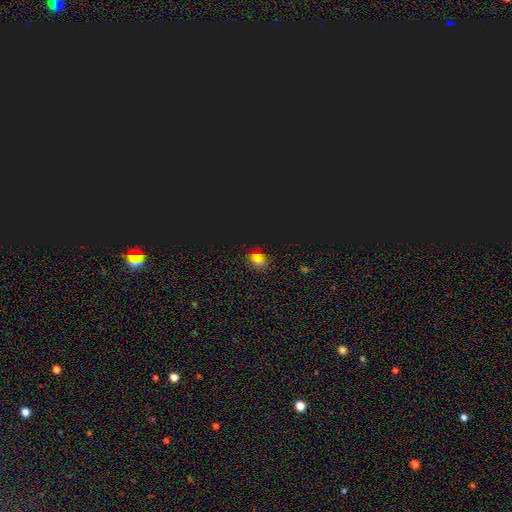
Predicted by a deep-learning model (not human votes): Morphology: type=star or artifact (52%).